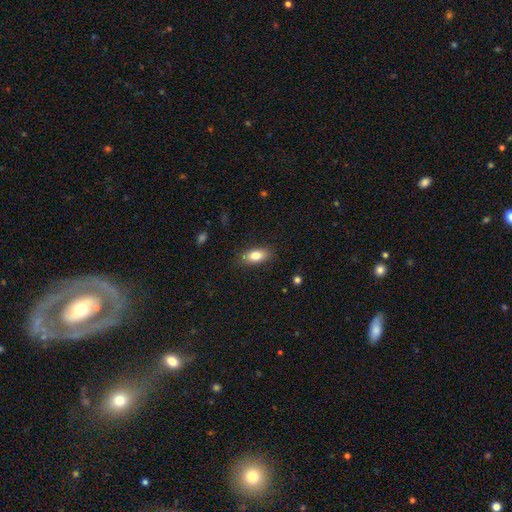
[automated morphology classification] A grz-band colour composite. It shows a smooth galaxy with no disk features (82%) that is in between round and cigar-shaped (86%). Merging: none (86%).